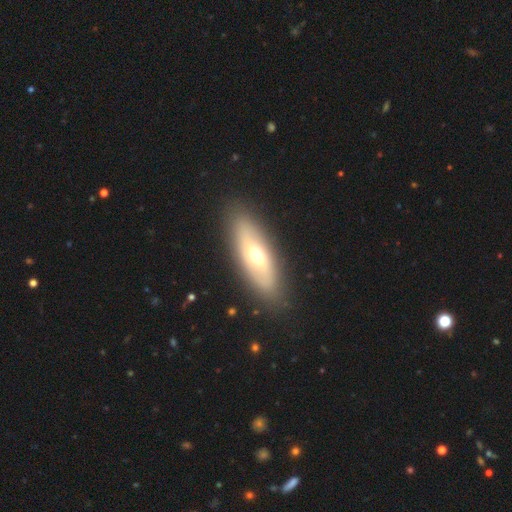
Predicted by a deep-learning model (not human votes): This appears to be a featured or disk galaxy (47%). Merging: none (88%).